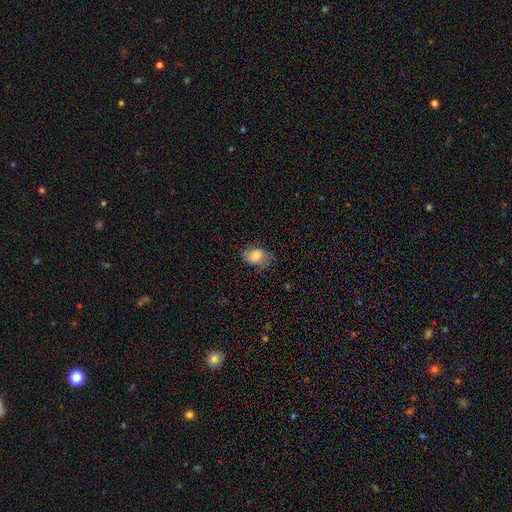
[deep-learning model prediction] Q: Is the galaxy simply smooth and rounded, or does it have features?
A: smooth — 81%.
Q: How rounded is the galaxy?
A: in between — 73%.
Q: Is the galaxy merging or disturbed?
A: none — 63%.